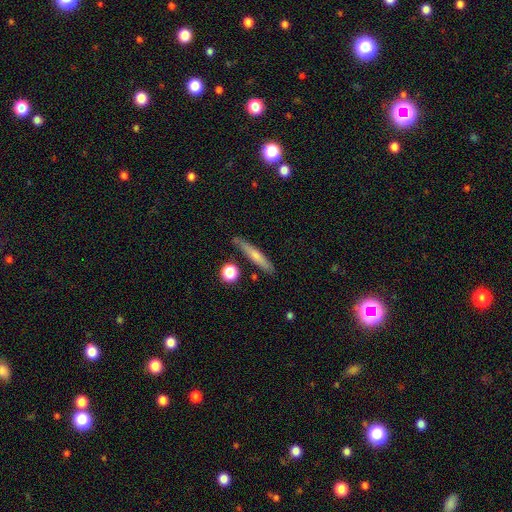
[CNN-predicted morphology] type=smooth (61%); roundness=cigar-shaped (91%); merging=none (80%).